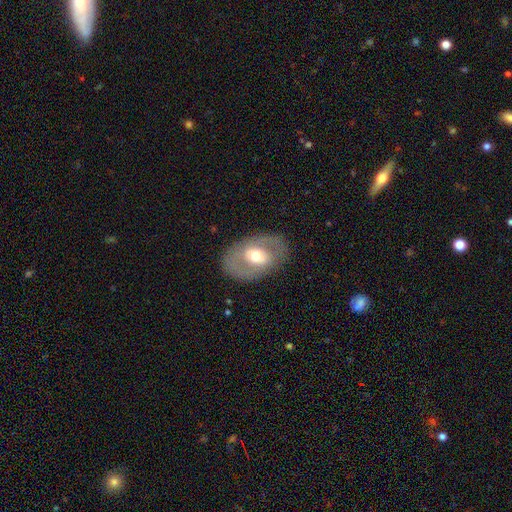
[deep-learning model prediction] Smooth or featured?
  - featured or disk: 56% *
  - smooth: 37%
  - star or artifact: 6%
Edge-on disk?
  - no: 91% *
  - yes: 9%
Bar?
  - no: 44% *
  - weak: 37%
  - strong: 20%
Spiral arms?
  - no: 67% *
  - yes: 33%
Bulge size?
  - moderate: 69% *
  - large: 15%
  - small: 14%
  - dominant: 1%
  - none: 1%
Merging?
  - none: 83% *
  - minor disturbance: 11%
  - major disturbance: 6%
  - merger: 1%